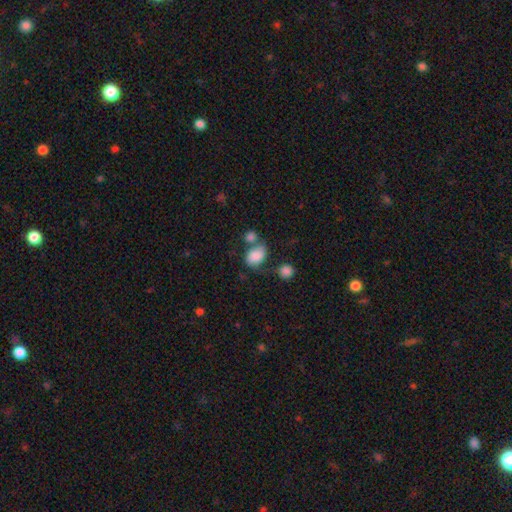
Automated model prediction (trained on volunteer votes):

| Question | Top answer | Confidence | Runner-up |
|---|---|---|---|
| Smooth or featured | smooth | 80% | featured or disk (11%) |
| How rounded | in between | 71% | round (27%) |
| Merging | none | 38% | merger (34%) |